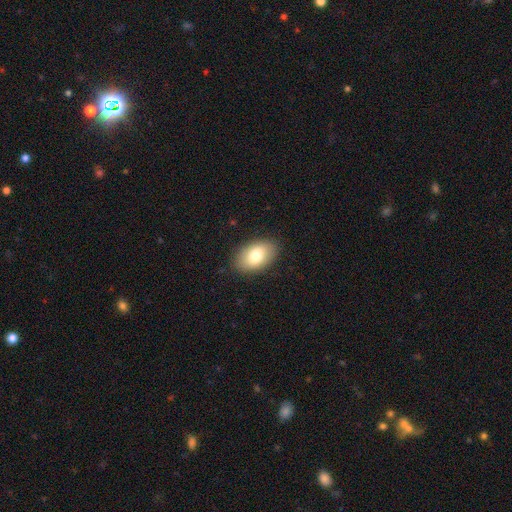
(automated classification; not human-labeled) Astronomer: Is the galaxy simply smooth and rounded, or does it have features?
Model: smooth — 79%.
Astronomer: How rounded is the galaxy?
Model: in between — 92%.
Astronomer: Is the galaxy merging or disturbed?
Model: none — 87%.